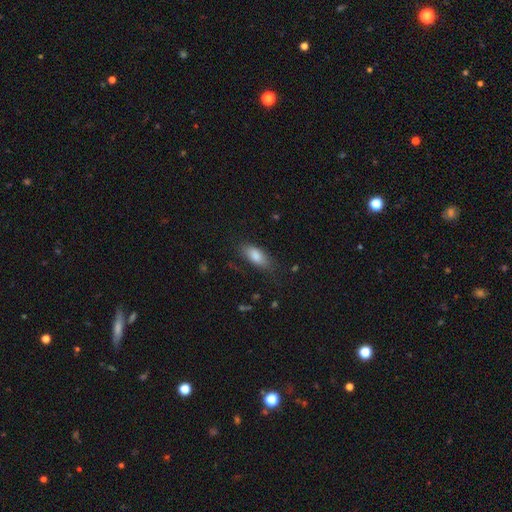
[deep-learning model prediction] A smooth galaxy with no disk features (83%) that is in between round and cigar-shaped (84%). Merging: none (76%).